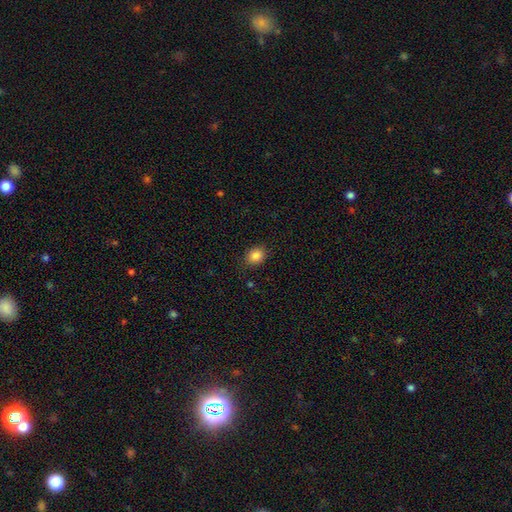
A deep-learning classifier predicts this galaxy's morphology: Overall: smooth (86%). How rounded: round (60%; in between 39%). Merging: none (85%).